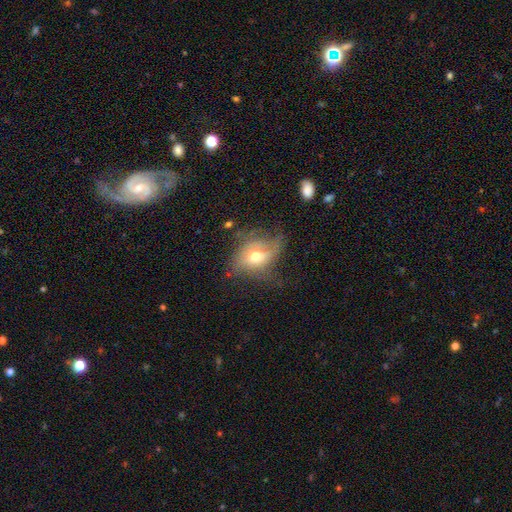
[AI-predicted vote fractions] smooth-or-featured: smooth: 46% | featured or disk: 42% | star or artifact: 11%
  merging: none: 44% | minor disturbance: 30% | major disturbance: 24% | merger: 3%